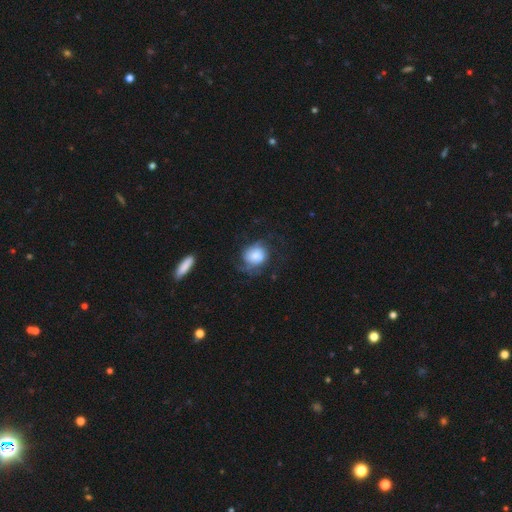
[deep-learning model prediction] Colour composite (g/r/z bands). It shows a smooth galaxy with no disk features (47%). Merging: none (51%).